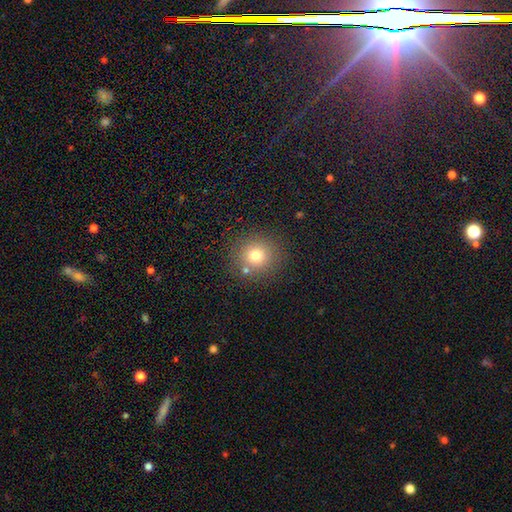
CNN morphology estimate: Smooth or featured?
  - smooth: 75% *
  - star or artifact: 15%
  - featured or disk: 10%
How rounded?
  - round: 91% *
  - in between: 8%
  - cigar-shaped: 1%
Merging?
  - none: 82% *
  - minor disturbance: 8%
  - merger: 7%
  - major disturbance: 3%